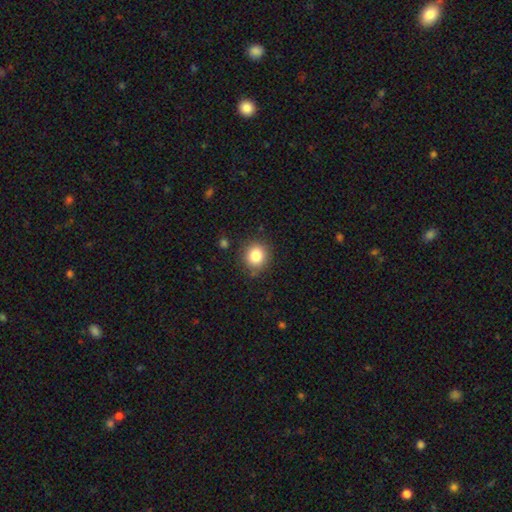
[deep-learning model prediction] smooth 84%, star or artifact 10%, featured or disk 6%. Down the decision tree: how rounded — round (87%); merging — none (85%).